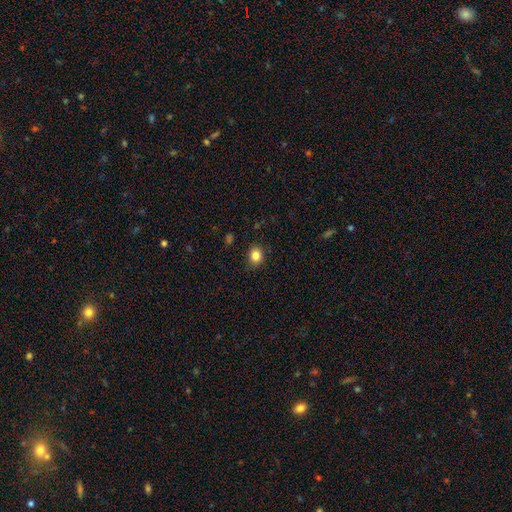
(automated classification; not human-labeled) Smooth or featured: smooth — 84% (star or artifact — 11%)
How rounded: round — 66% (in between — 33%)
Merging: none — 87% (minor disturbance — 10%)